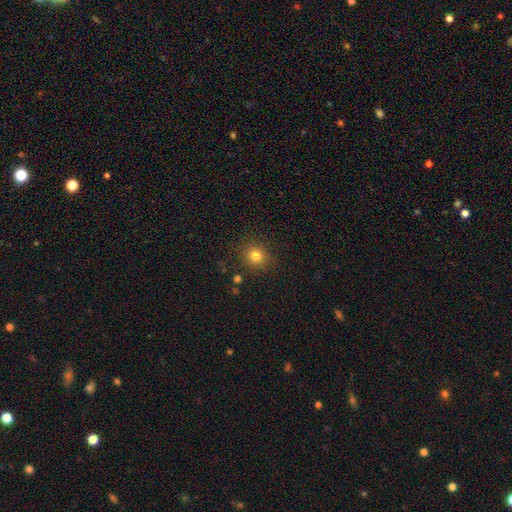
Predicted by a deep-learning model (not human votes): This appears to be a smooth galaxy with no disk features (80%) that is round (89%). Merging: none (88%).